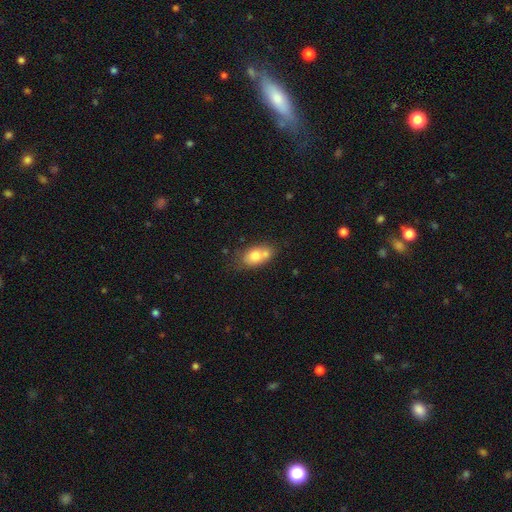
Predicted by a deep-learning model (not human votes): Smooth or featured?
  - smooth: 71% *
  - featured or disk: 21%
  - star or artifact: 8%
How rounded?
  - in between: 79% *
  - round: 18%
  - cigar-shaped: 4%
Merging?
  - none: 40% * (tied)
  - merger: 40% * (tied)
  - minor disturbance: 15%
  - major disturbance: 5%